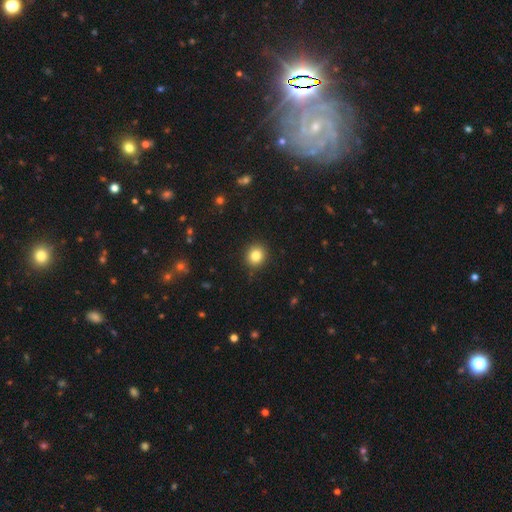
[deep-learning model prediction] Overall: smooth (83%). How rounded: round (82%). Merging: none (90%).